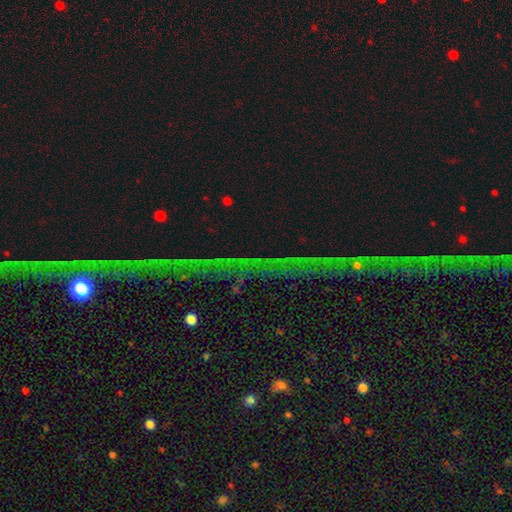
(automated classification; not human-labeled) Overall: star or artifact (76%).